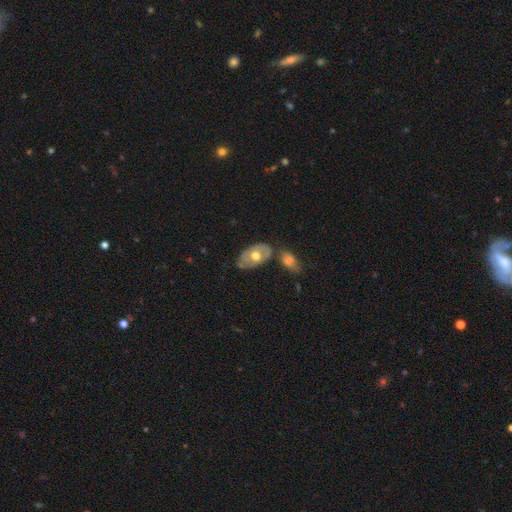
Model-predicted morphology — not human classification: This appears to be a featured or disk galaxy (52%). Merging: none (55%).